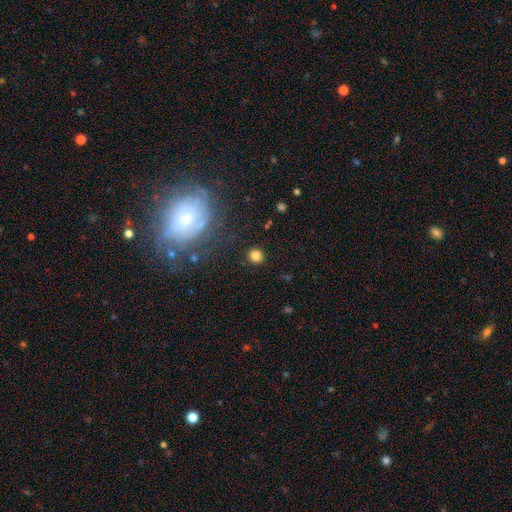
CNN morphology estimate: type=smooth (81%); roundness=round (88%); merging=none (90%).